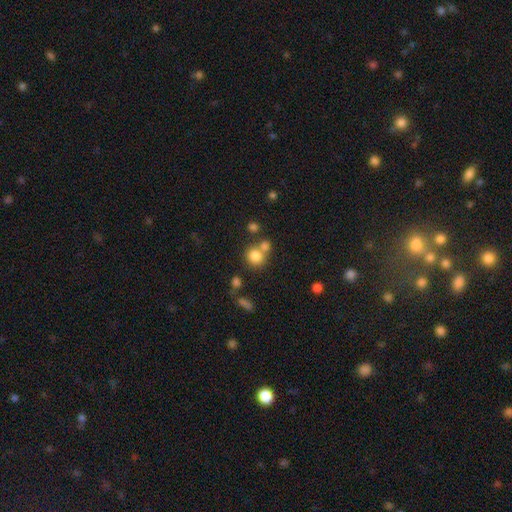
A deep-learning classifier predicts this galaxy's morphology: smooth 79%, star or artifact 13%, featured or disk 8%. Down the decision tree: how rounded — round (87%); merging — none (54%).